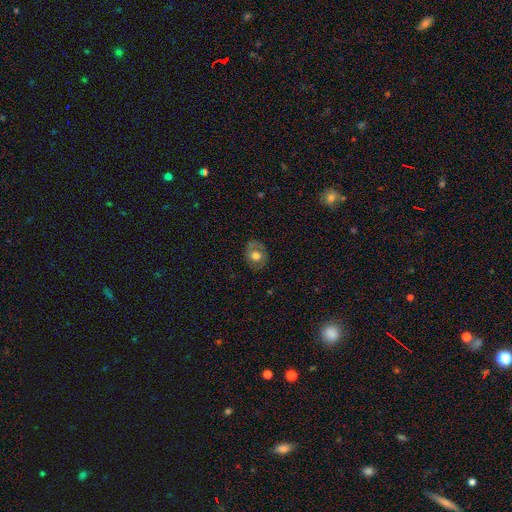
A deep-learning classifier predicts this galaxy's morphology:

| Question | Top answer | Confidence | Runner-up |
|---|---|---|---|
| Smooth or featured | smooth | 61% | featured or disk (30%) |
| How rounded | round | 57% | in between (42%) |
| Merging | none | 74% | minor disturbance (18%) |